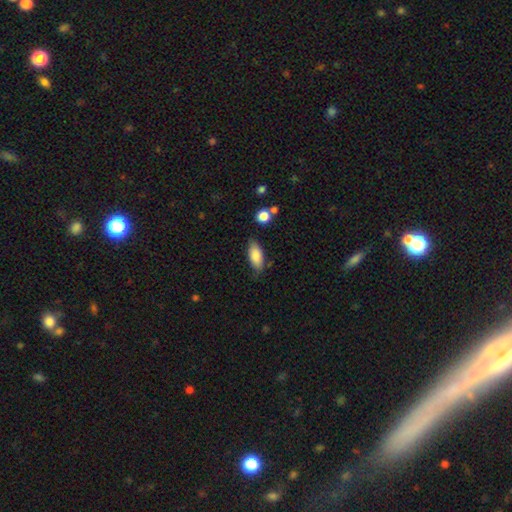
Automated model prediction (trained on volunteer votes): A smooth galaxy with no disk features (84%) that is in between round and cigar-shaped (84%).

Vote fractions:
- Smooth or featured? smooth: 84% / featured or disk: 9% / star or artifact: 7%
- How rounded? in between: 84% / cigar-shaped: 13% / round: 2%
- Merging? none: 73% / minor disturbance: 20% / major disturbance: 4% / merger: 3%